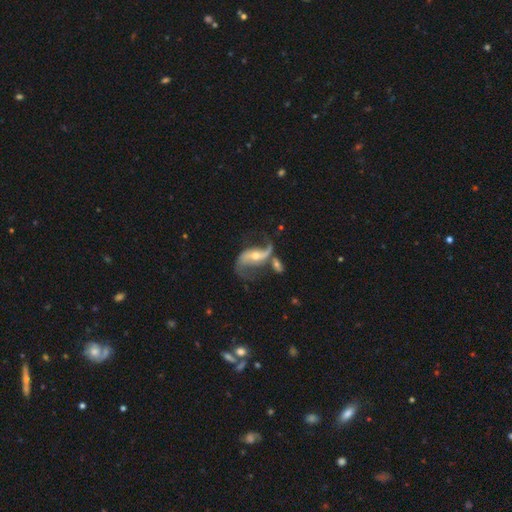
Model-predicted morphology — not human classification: smooth-or-featured: featured or disk: 88% | smooth: 6% | star or artifact: 6%
  disk-edge-on: no: 95% | yes: 5%
    bar: no: 41% | weak: 32% | strong: 28%
    has-spiral-arms: yes: 95% | no: 5%
      spiral-winding: loose: 81% | medium: 15% | tight: 4%
      spiral-arm-count: 2: 91% | 1: 4% | can't tell: 3% | 3: 1% | 4: 1% | more than 4: 1%
    bulge-size: moderate: 48% | small: 47% | large: 2% | none: 2% | dominant: 1%
  merging: none: 48% | merger: 19% | minor disturbance: 17% | major disturbance: 16%